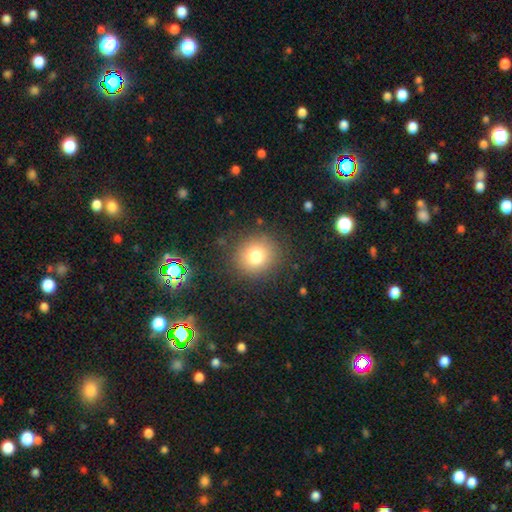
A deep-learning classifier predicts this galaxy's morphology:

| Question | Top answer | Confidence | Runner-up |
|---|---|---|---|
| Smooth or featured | smooth | 78% | star or artifact (13%) |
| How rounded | round | 88% | in between (11%) |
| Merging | none | 87% | minor disturbance (8%) |